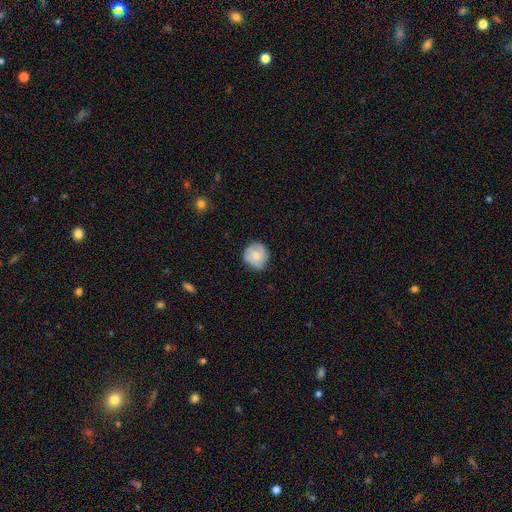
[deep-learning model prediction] The model was most divided on "smooth or featured": smooth: 63%, featured or disk: 30%, star or artifact: 7%. More confident: how rounded — round (91%); merging — none (77%).